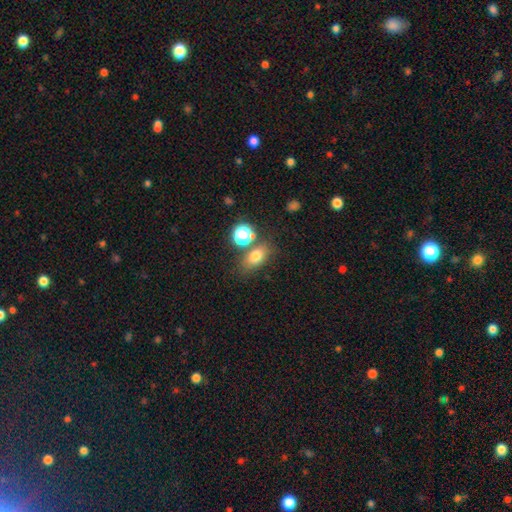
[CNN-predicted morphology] Q: Smooth or featured?
A: smooth (73%); runner-up: star or artifact (16%)
Q: How rounded?
A: in between (71%); runner-up: round (26%)
Q: Merging?
A: none (66%); runner-up: merger (16%)